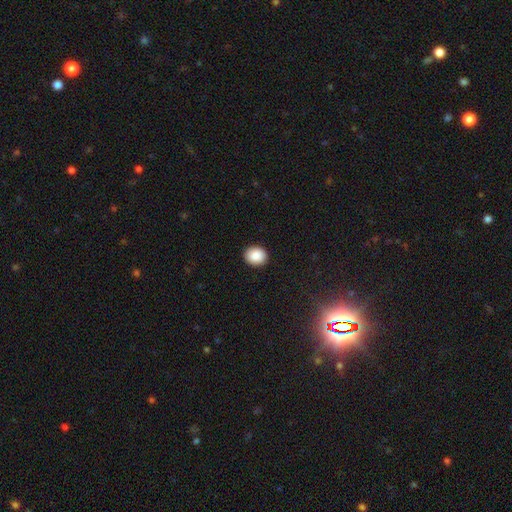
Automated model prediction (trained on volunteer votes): A smooth galaxy with no disk features (89%) that is round (57%). Merging: none (91%).